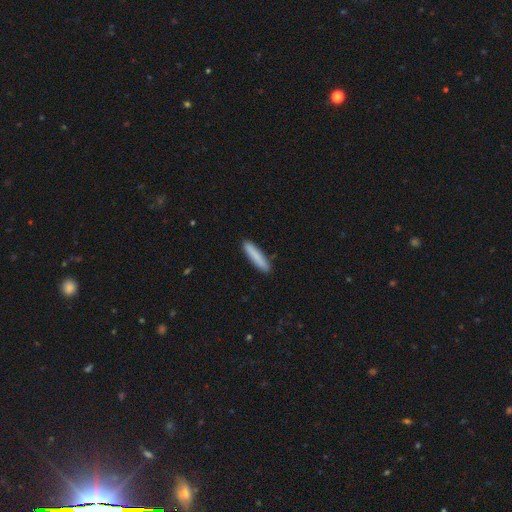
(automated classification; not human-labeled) smooth-or-featured: smooth: 84% | featured or disk: 10% | star or artifact: 6%
  how-rounded: cigar-shaped: 90% | in between: 9% | round: 1%
  merging: none: 90% | minor disturbance: 8% | major disturbance: 2% | merger: 1%